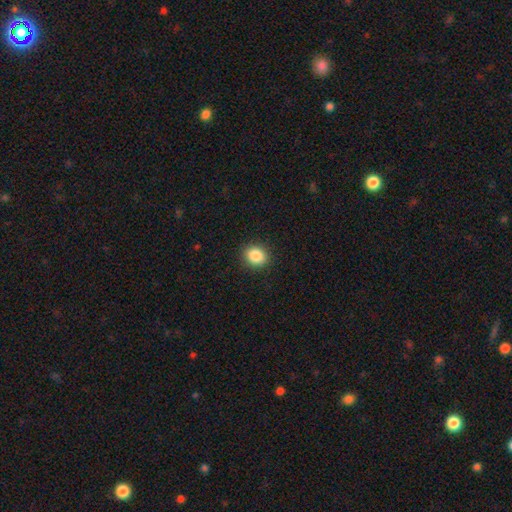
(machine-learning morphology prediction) The model was most divided on "how rounded": round: 64%, in between: 35%, cigar-shaped: 1%. More confident: merging — none (90%); smooth or featured — smooth (87%).